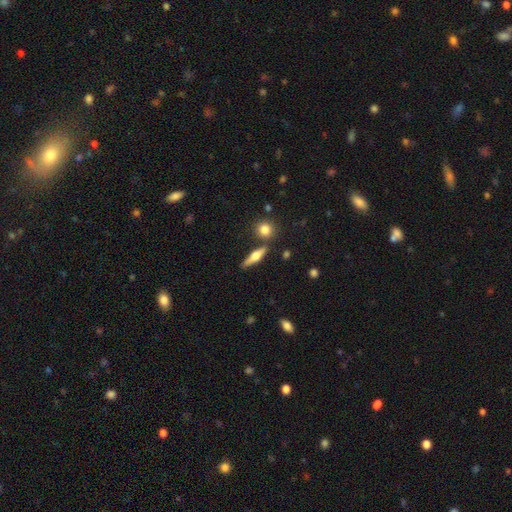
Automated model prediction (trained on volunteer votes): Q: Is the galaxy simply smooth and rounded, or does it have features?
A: featured or disk — 50%.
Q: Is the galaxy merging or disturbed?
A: none — 78%.